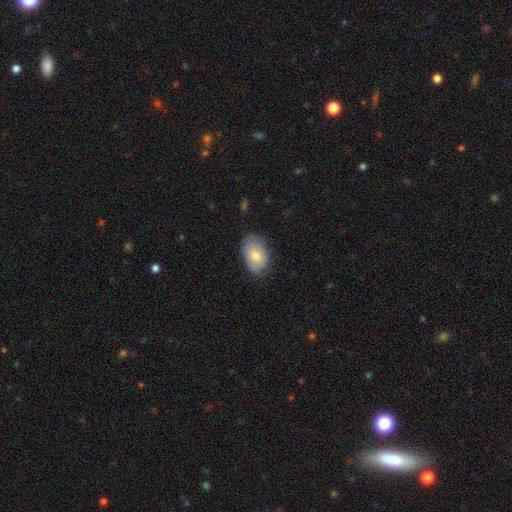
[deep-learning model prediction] smooth 74%, featured or disk 20%, star or artifact 6%. Down the decision tree: how rounded — in between (89%); merging — none (72%).